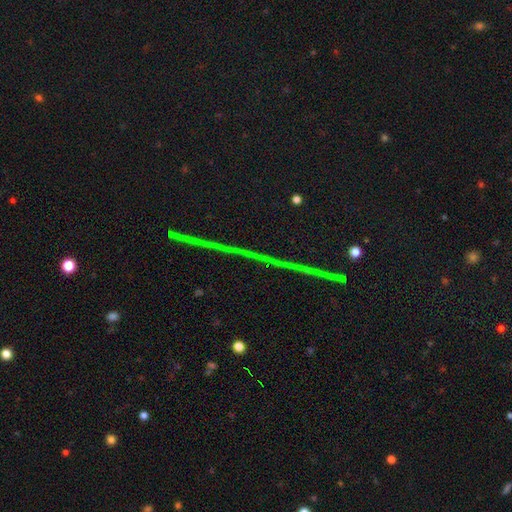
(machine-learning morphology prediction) Overall: star or artifact (82%).